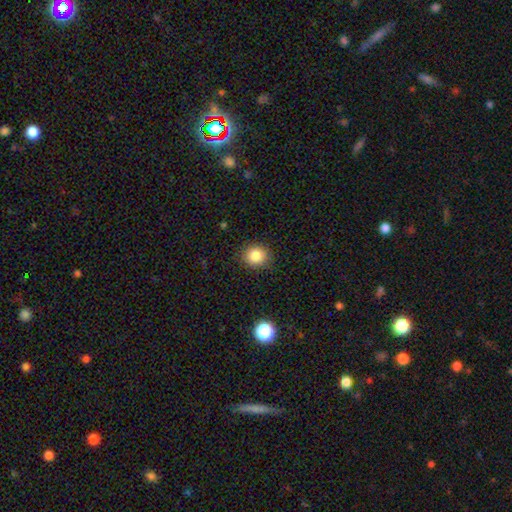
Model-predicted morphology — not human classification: Smooth or featured: smooth — 84% (star or artifact — 11%)
How rounded: round — 83% (in between — 16%)
Merging: none — 89% (minor disturbance — 8%)